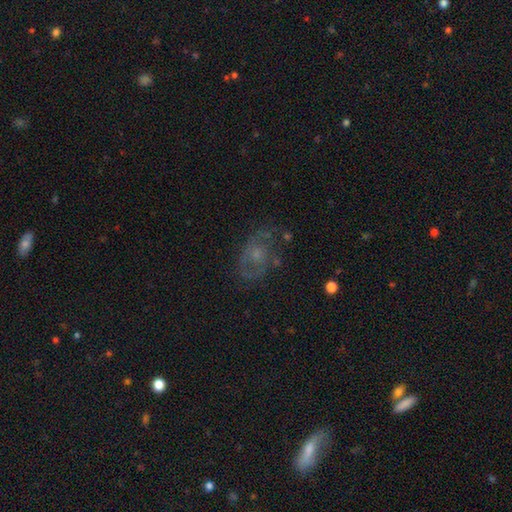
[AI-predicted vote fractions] A featured or disk galaxy (56%) with no bar (80%), spiral arms (67%) and a small central bulge (44%).

Vote fractions:
- Smooth or featured? featured or disk: 56% / smooth: 24% / star or artifact: 20%
- Edge-on disk? no: 95% / yes: 5%
- Bar? no: 80% / weak: 17% / strong: 3%
- Spiral arms? yes: 67% / no: 33%
- Bulge size? small: 44% / moderate: 37% / none: 12% / large: 5% / dominant: 2%
- Merging? none: 65% / minor disturbance: 19% / major disturbance: 13% / merger: 3%